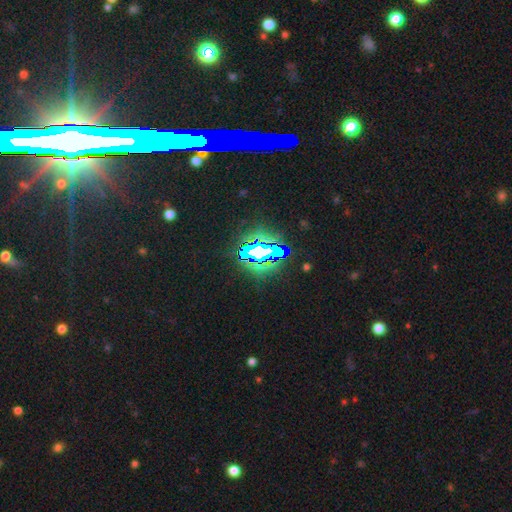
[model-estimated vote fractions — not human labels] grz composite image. It shows a star or artifact, not a galaxy (70%).